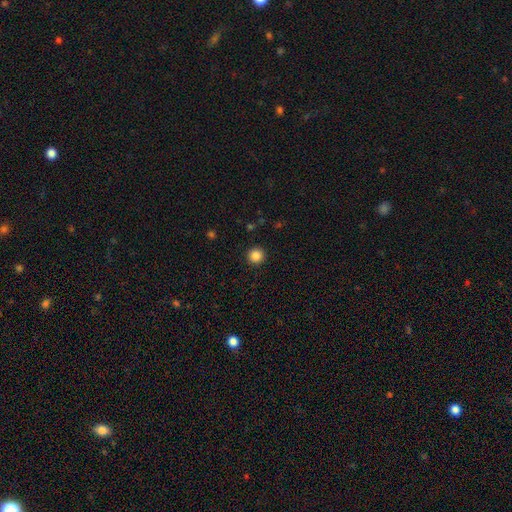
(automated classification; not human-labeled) Morphology: type=smooth (86%); roundness=round (96%); merging=none (93%).